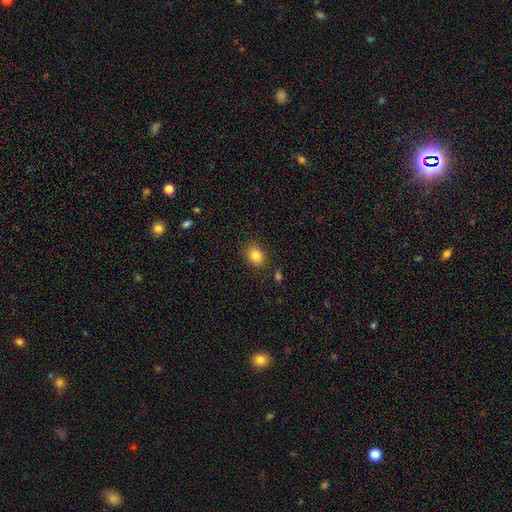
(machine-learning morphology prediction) Smooth or featured: smooth — 83% (star or artifact — 10%)
How rounded: in between — 55% (round — 44%)
Merging: none — 85% (minor disturbance — 10%)